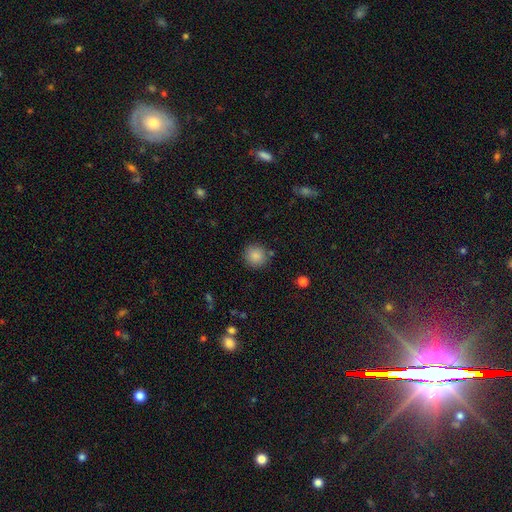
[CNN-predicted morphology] Smooth or featured: smooth — 87% (star or artifact — 9%)
How rounded: round — 92% (in between — 8%)
Merging: none — 86% (minor disturbance — 8%)